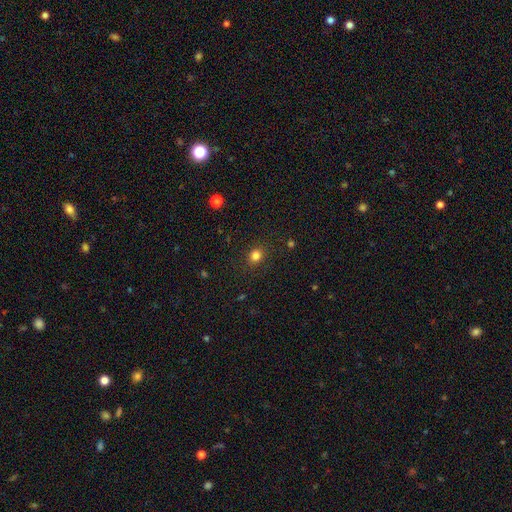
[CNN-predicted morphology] Smooth or featured?
  - smooth: 82% *
  - star or artifact: 13%
  - featured or disk: 5%
How rounded?
  - round: 72% *
  - in between: 27%
  - cigar-shaped: 1%
Merging?
  - none: 88% *
  - minor disturbance: 8%
  - major disturbance: 3%
  - merger: 1%